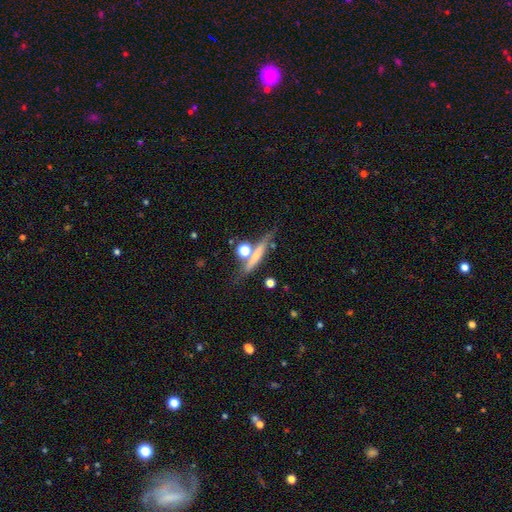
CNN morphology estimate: smooth 52%, featured or disk 39%, star or artifact 10%. Down the decision tree: how rounded — cigar-shaped (78%); merging — none (65%).